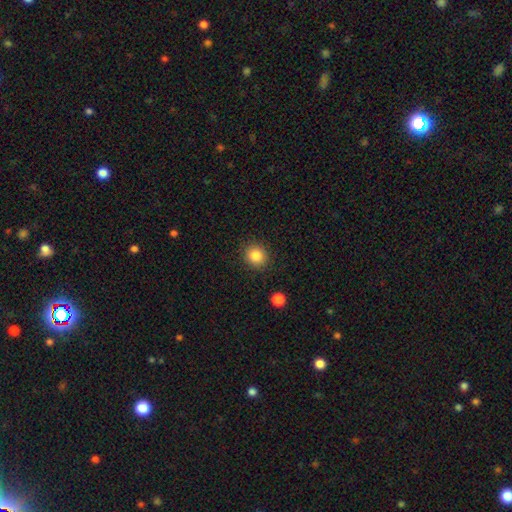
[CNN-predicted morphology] Smooth or featured? smooth (84%)
How rounded? round (82%)
Merging? none (89%)